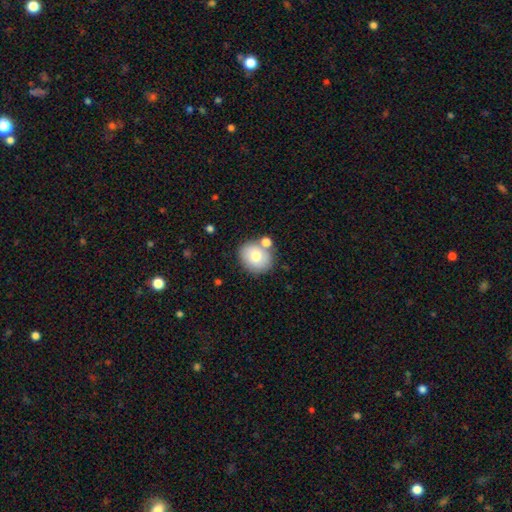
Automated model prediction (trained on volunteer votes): A smooth galaxy with no disk features (73%) that is round (72%).

Vote fractions:
- Smooth or featured? smooth: 73% / featured or disk: 18% / star or artifact: 9%
- How rounded? round: 72% / in between: 27% / cigar-shaped: 1%
- Merging? none: 69% / merger: 16% / minor disturbance: 12% / major disturbance: 3%